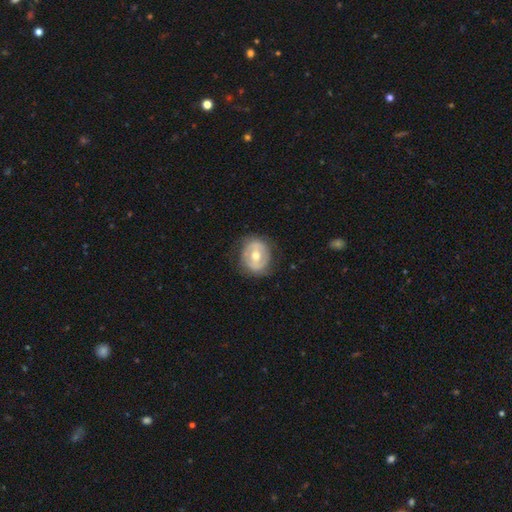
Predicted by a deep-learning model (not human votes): featured or disk 59%, smooth 35%, star or artifact 7%. Down the decision tree: edge-on disk — no (96%); bar — weak (39%); spiral arms — no (58%); bulge size — moderate (77%); merging — none (79%).